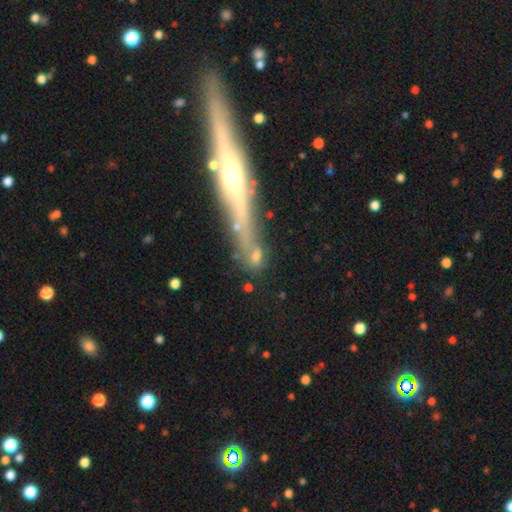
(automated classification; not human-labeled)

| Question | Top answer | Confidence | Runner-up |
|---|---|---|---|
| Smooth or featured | smooth | 53% | featured or disk (27%) |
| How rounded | in between | 45% | cigar-shaped (37%) |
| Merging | none | 44% | merger (26%) |